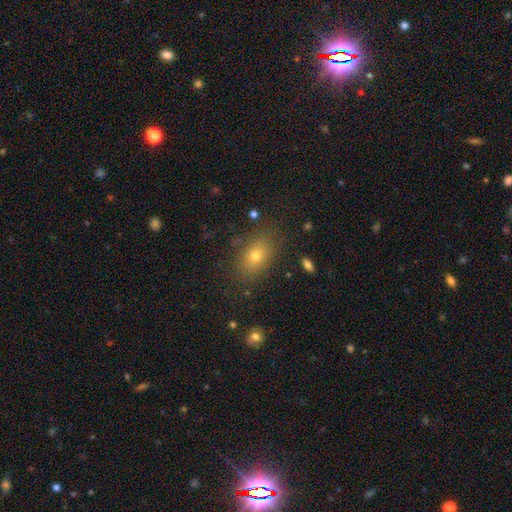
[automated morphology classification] Smooth or featured: smooth — 72% (star or artifact — 14%)
How rounded: in between — 77% (round — 21%)
Merging: none — 82% (minor disturbance — 12%)